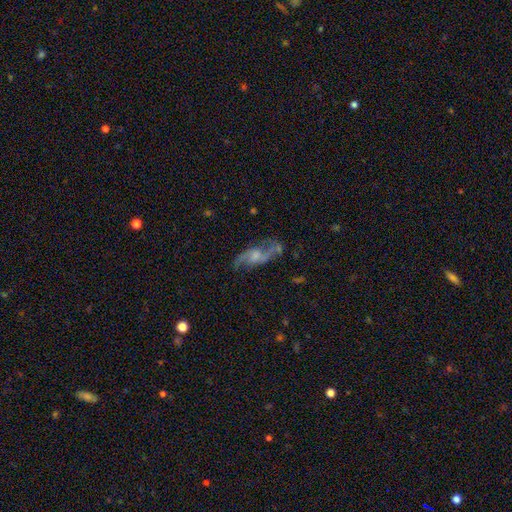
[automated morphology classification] The model was most divided on "bulge size": small: 37%, moderate: 36%, none: 17%, large: 8%, dominant: 2%. More confident: edge-on disk — no (89%); spiral arms — yes (88%); spiral arm count — 2 (86%); smooth or featured — featured or disk (77%); merging — none (63%); spiral winding — loose (59%); bar — no (54%).